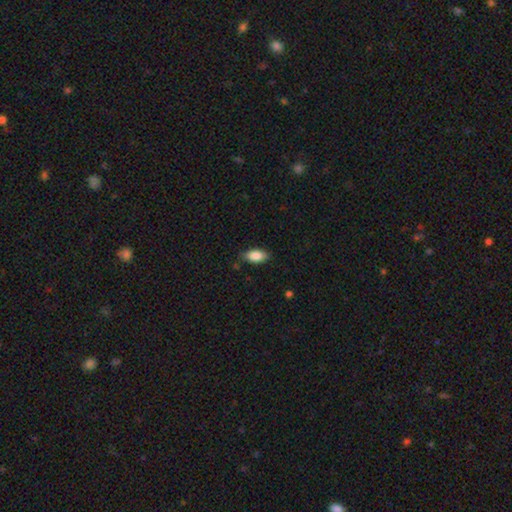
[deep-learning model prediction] Overall: smooth (86%). How rounded: in between (91%). Merging: none (82%).